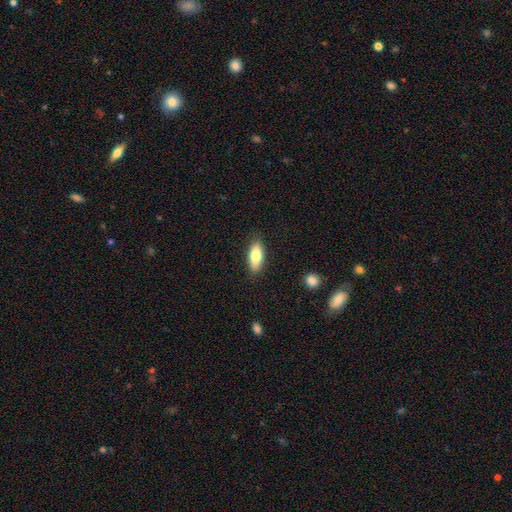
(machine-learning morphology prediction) The model was most divided on "how rounded": in between: 76%, cigar-shaped: 21%, round: 3%. More confident: merging — none (87%); smooth or featured — smooth (76%).